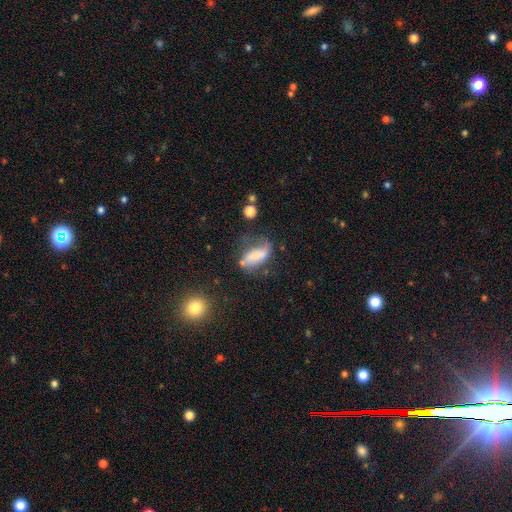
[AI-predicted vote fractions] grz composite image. It shows a smooth galaxy with no disk features (49%). Merging: none (34%).